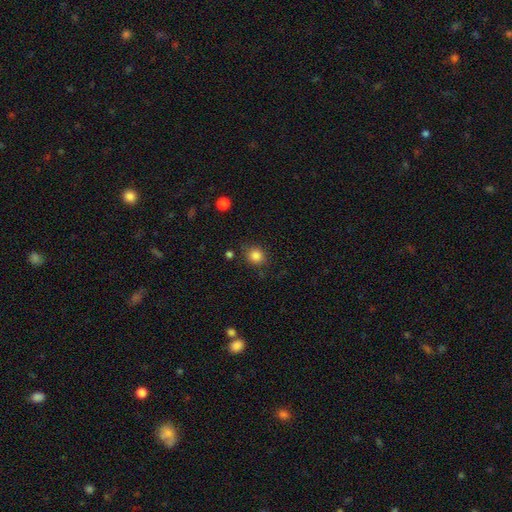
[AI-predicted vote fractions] A smooth galaxy with no disk features (84%) that is round (80%). Merging: none (80%).